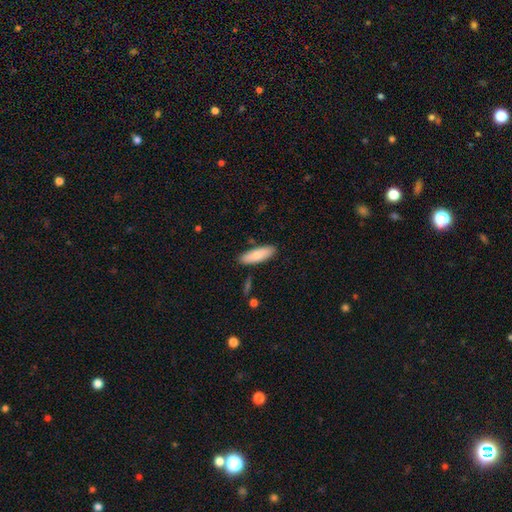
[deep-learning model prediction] This appears to be a smooth galaxy with no disk features (82%) that is in between round and cigar-shaped (58%). Merging: none (86%).